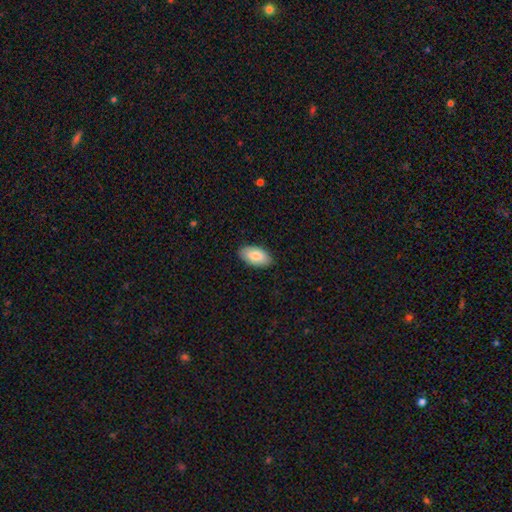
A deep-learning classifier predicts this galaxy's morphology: Smooth or featured?
  - smooth: 84% *
  - featured or disk: 10%
  - star or artifact: 6%
How rounded?
  - in between: 95% *
  - round: 3%
  - cigar-shaped: 2%
Merging?
  - none: 87% *
  - minor disturbance: 10%
  - major disturbance: 2%
  - merger: 1%